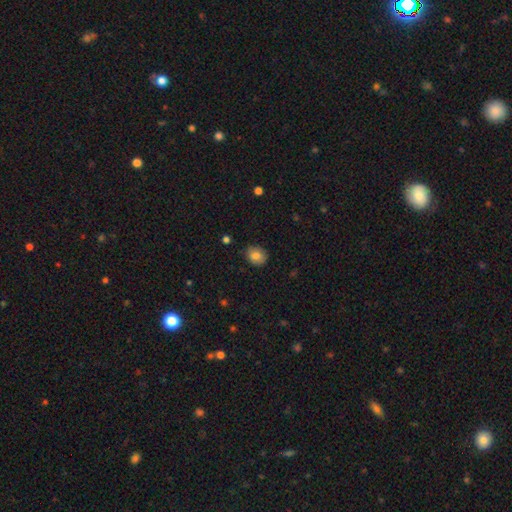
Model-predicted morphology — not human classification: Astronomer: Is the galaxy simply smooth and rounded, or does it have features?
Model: smooth — 83%.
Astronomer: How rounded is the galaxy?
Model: round — 59% (runner-up: in between, 40%).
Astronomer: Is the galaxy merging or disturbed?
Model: none — 82%.